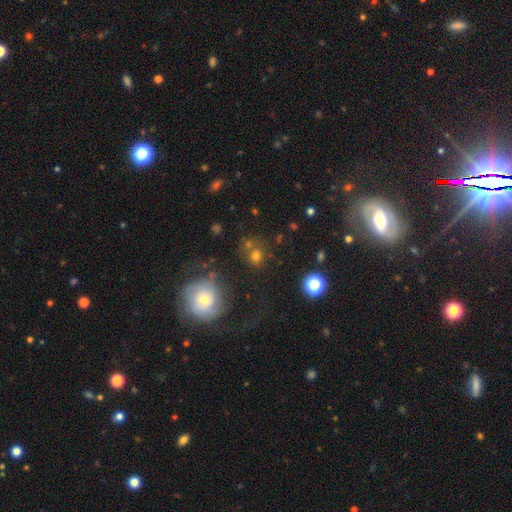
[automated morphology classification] Smooth or featured: smooth — 67% (star or artifact — 21%)
How rounded: round — 79% (in between — 20%)
Merging: none — 67% (merger — 16%)